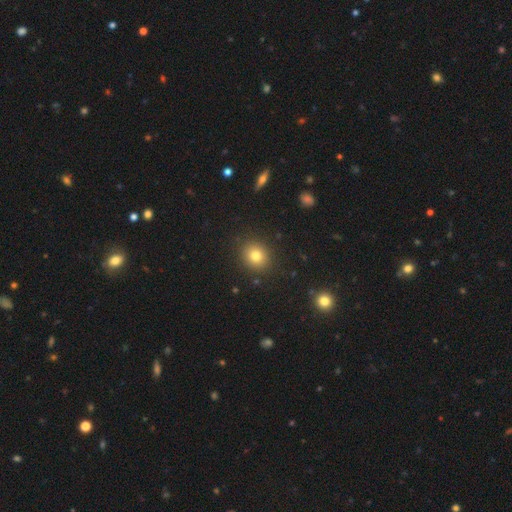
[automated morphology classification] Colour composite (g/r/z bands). It shows a smooth galaxy with no disk features (80%) that is round (75%). Merging: none (89%).